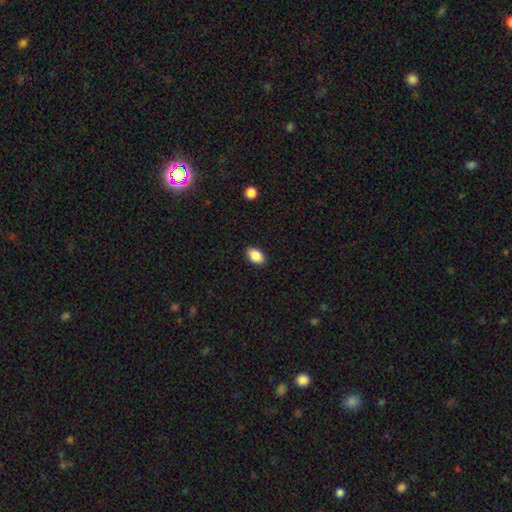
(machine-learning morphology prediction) Smooth or featured: smooth — 89% (star or artifact — 7%)
How rounded: in between — 88% (round — 11%)
Merging: none — 90% (minor disturbance — 8%)